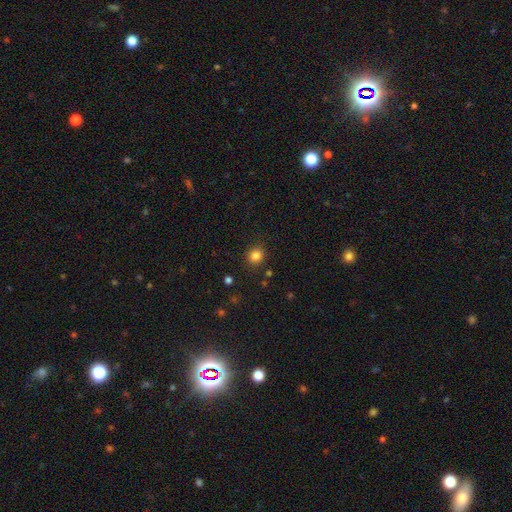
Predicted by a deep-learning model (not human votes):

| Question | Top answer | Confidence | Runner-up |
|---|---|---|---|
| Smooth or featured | smooth | 83% | star or artifact (12%) |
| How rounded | round | 82% | in between (17%) |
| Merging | none | 87% | minor disturbance (9%) |